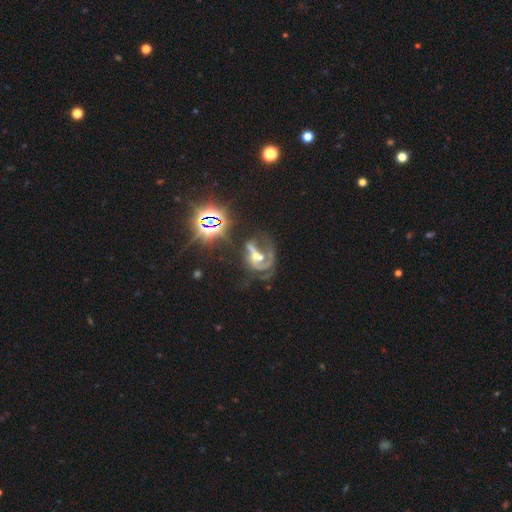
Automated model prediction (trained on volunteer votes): Smooth or featured? Predicted: featured or disk (p=0.63). Edge-on disk? Predicted: no (p=0.96). Bar? Predicted: no (p=0.53). Spiral arms? Predicted: yes (p=0.65). Bulge size? Predicted: moderate (p=0.42). Merging? Predicted: major disturbance (p=0.40).